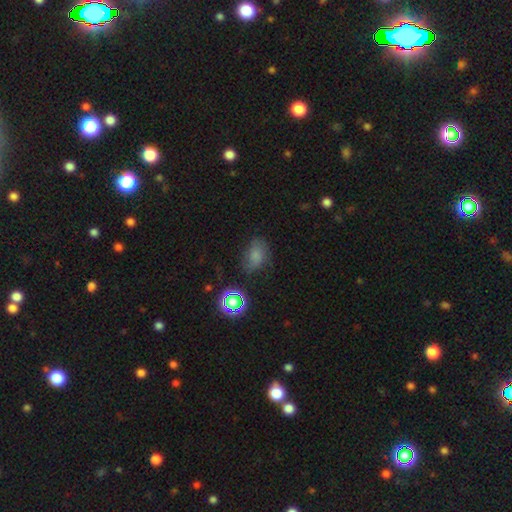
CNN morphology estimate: This is likely a smooth galaxy (67%). How rounded: likely in between (75%). Merging: possibly none (60%).